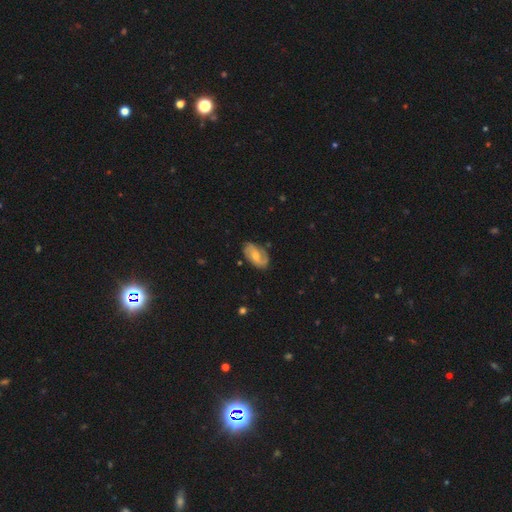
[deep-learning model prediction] Overall: featured or disk (67%). Edge-on disk: no (96%). Bar: no (50%; weak 41%). Spiral arms: yes (91%). Spiral arm count: 2 (75%). Spiral winding: medium (44%; tight 30%). Bulge size: moderate (52%; small 41%). Merging: none (76%).